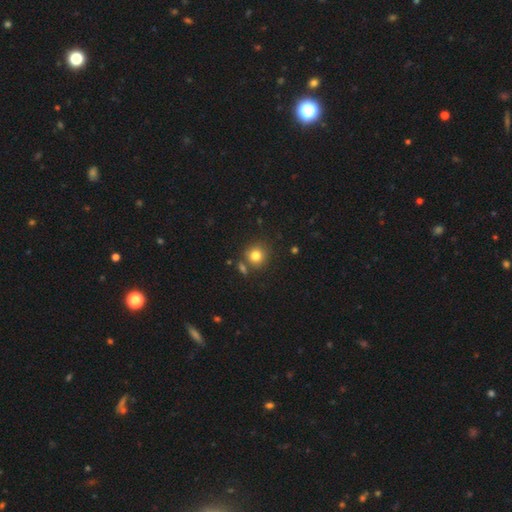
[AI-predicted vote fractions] Q: Smooth or featured?
A: smooth (81%); runner-up: star or artifact (12%)
Q: How rounded?
A: round (88%); runner-up: in between (11%)
Q: Merging?
A: none (74%); runner-up: merger (13%)